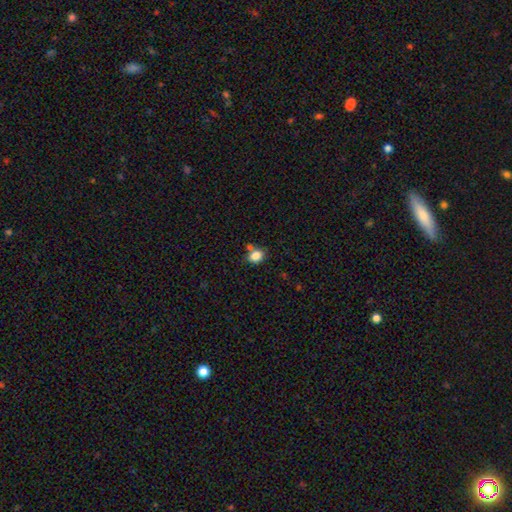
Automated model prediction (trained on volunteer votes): Overall: smooth (84%). How rounded: round (51%; in between 48%). Merging: none (64%).